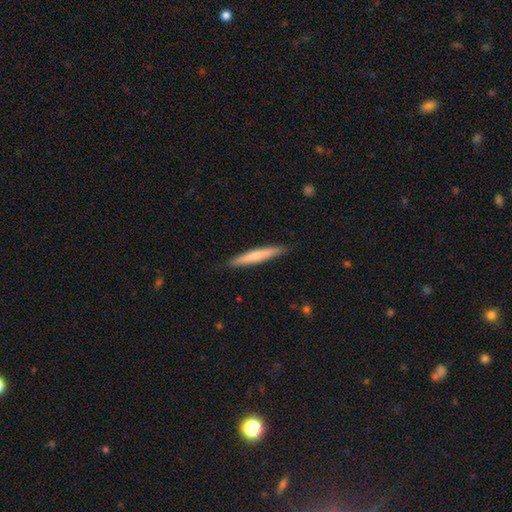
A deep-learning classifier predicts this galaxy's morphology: The model was most divided on "smooth or featured": smooth: 62%, featured or disk: 33%, star or artifact: 5%. More confident: how rounded — cigar-shaped (95%); merging — none (89%).